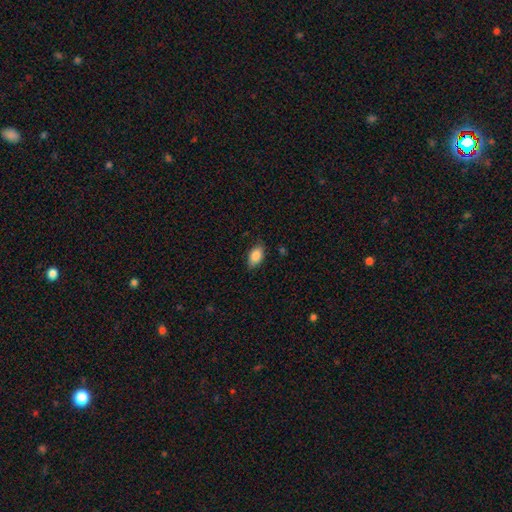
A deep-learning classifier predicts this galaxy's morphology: This appears to be a smooth galaxy with no disk features (88%) that is in between round and cigar-shaped (91%). Merging: none (83%).